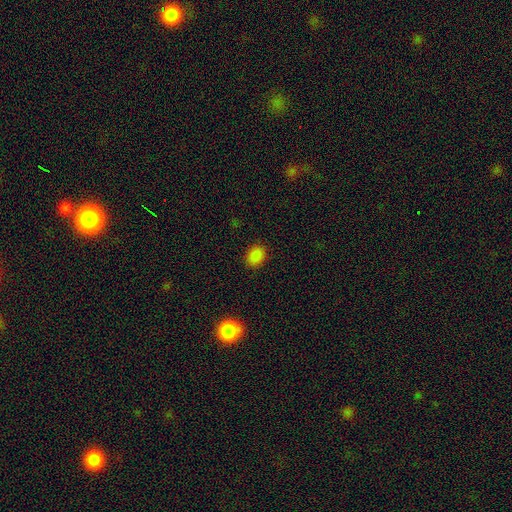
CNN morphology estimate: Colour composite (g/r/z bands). It shows a smooth galaxy with no disk features (85%) that is in between round and cigar-shaped (65%). Merging: none (88%).